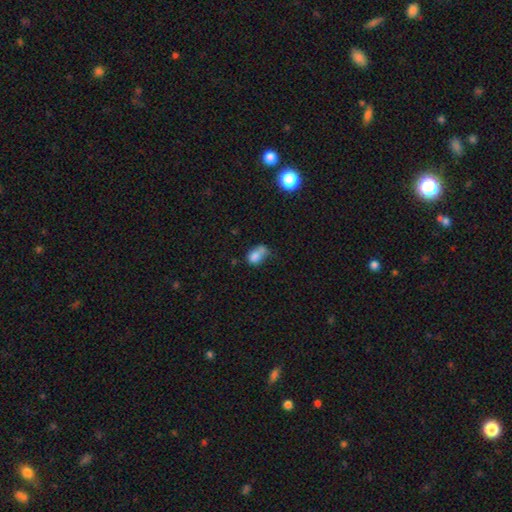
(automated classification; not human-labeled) Q: Smooth or featured?
A: smooth (76%); runner-up: featured or disk (13%)
Q: How rounded?
A: in between (71%); runner-up: round (26%)
Q: Merging?
A: merger (37%); runner-up: none (26%)